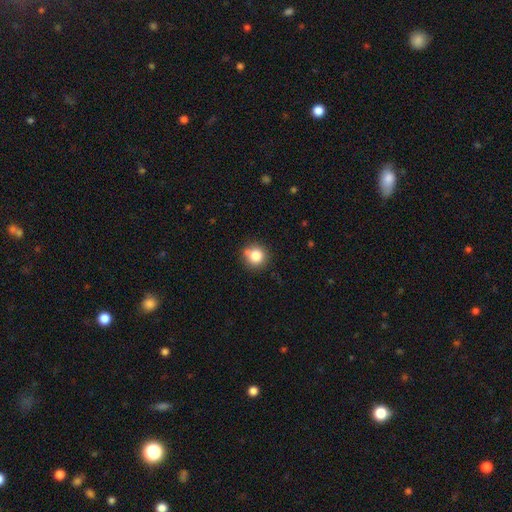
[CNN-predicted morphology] This is clearly a smooth galaxy (81%). How rounded: clearly round (92%). Merging: likely none (75%).